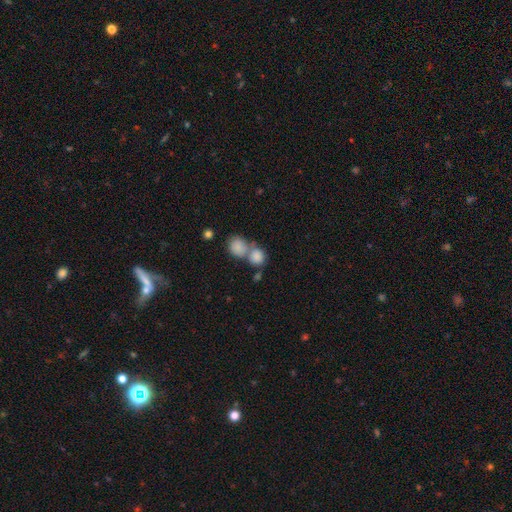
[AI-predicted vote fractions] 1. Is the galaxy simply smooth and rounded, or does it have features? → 81% smooth, 10% star or artifact, 9% featured or disk.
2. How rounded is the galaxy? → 71% round, 28% in between, 2% cigar-shaped.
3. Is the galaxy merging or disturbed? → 60% merger, 29% none, 7% minor disturbance, 4% major disturbance.